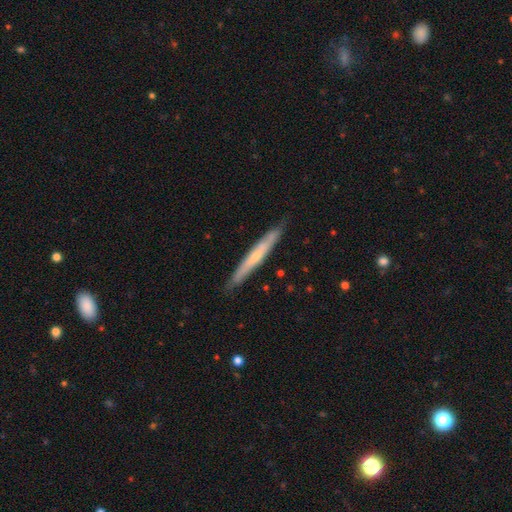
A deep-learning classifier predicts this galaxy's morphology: smooth-or-featured: featured or disk: 54% | smooth: 40% | star or artifact: 5%
  disk-edge-on: yes: 90% | no: 10%
  merging: none: 86% | minor disturbance: 11% | major disturbance: 2% | merger: 1%